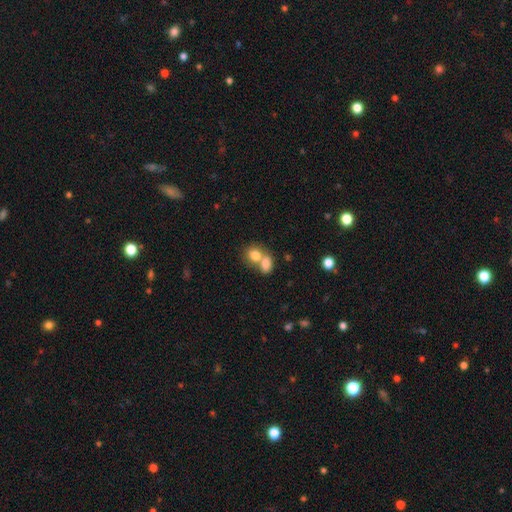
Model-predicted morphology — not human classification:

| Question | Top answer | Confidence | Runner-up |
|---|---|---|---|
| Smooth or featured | smooth | 79% | featured or disk (12%) |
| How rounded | in between | 53% | round (46%) |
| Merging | merger | 63% | none (27%) |